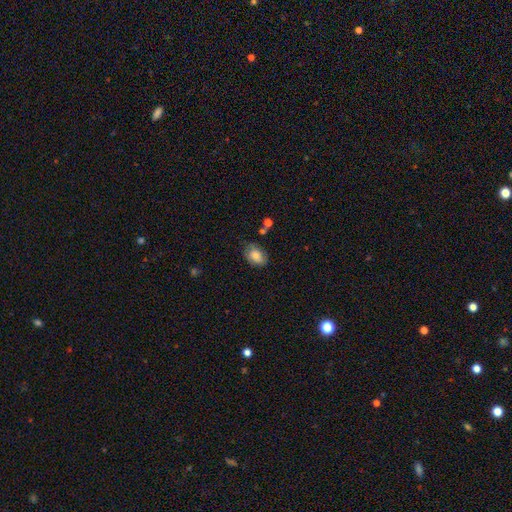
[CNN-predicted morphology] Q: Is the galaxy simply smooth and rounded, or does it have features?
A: smooth — 77%.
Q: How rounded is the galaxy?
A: in between — 82%.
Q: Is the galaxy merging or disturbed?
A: none — 69%.